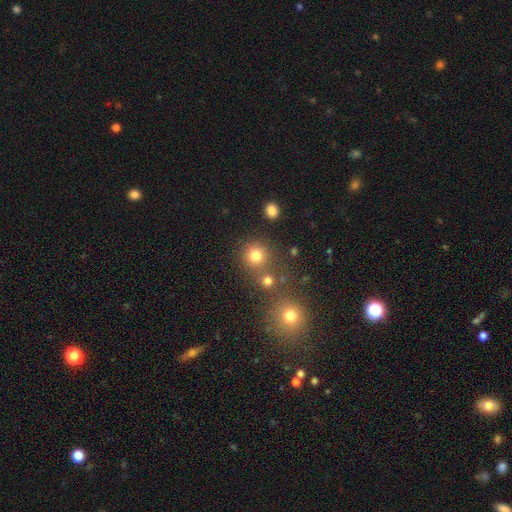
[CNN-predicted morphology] smooth-or-featured: smooth: 78% | star or artifact: 16% | featured or disk: 6%
  how-rounded: round: 91% | in between: 8% | cigar-shaped: 1%
  merging: none: 73% | merger: 15% | minor disturbance: 8% | major disturbance: 4%